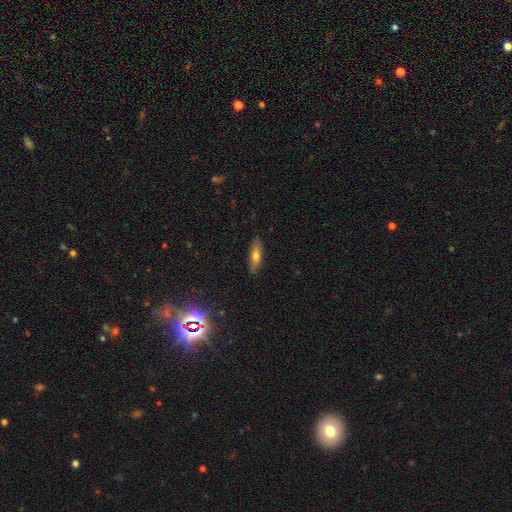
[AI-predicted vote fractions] Smooth or featured? Predicted: smooth (p=0.66). How rounded? Predicted: cigar-shaped (p=0.54). Merging? Predicted: none (p=0.87).